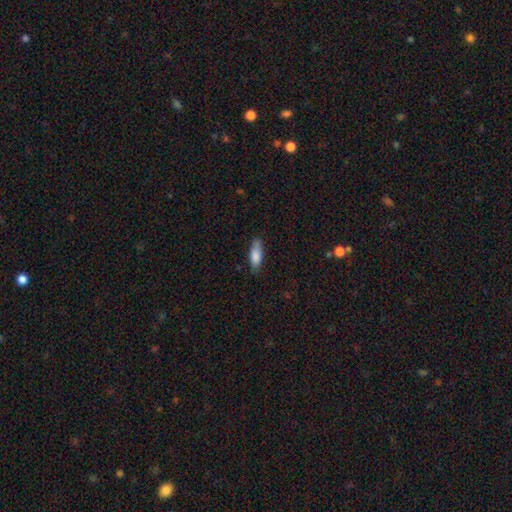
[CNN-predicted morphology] The model was most divided on "how rounded": in between: 60%, cigar-shaped: 38%, round: 2%. More confident: smooth or featured — smooth (83%); merging — none (75%).